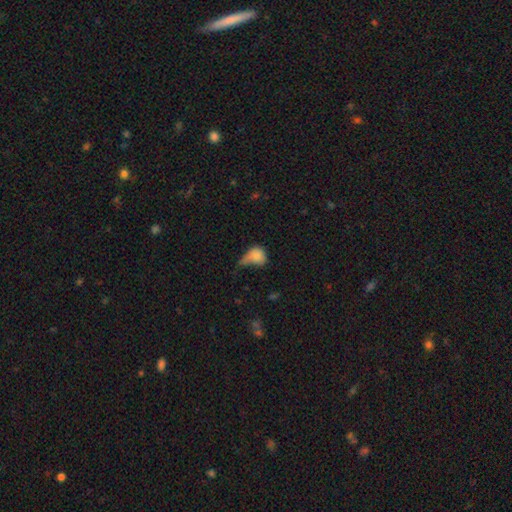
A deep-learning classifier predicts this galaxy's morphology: Q: Smooth or featured?
A: smooth (77%); runner-up: featured or disk (13%)
Q: How rounded?
A: in between (53%); runner-up: round (45%)
Q: Merging?
A: major disturbance (38%); runner-up: minor disturbance (31%)